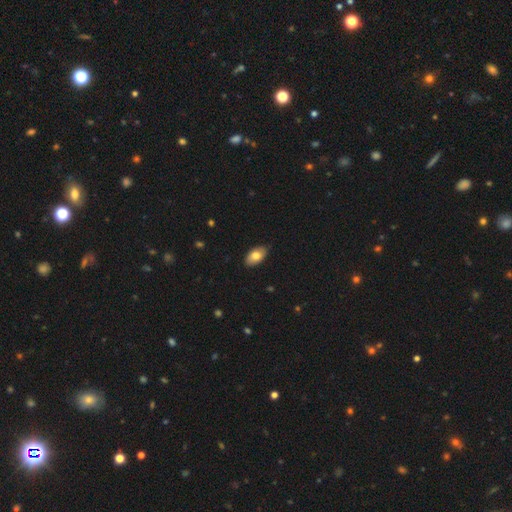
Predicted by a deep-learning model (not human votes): Smooth or featured: smooth — 80% (featured or disk — 14%)
How rounded: in between — 95% (round — 4%)
Merging: none — 84% (minor disturbance — 13%)